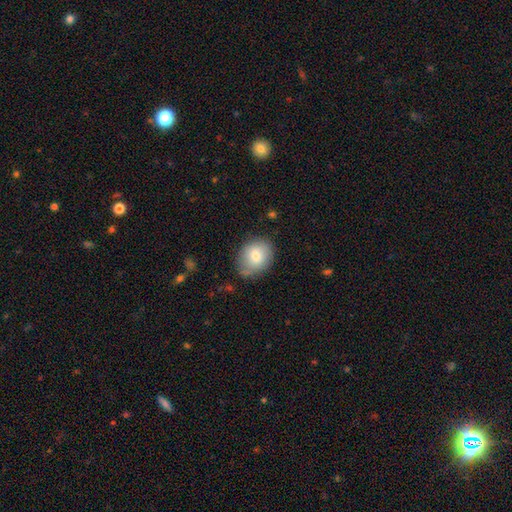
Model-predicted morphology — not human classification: A smooth galaxy with no disk features (78%) that is in between round and cigar-shaped (51%). Merging: none (71%).